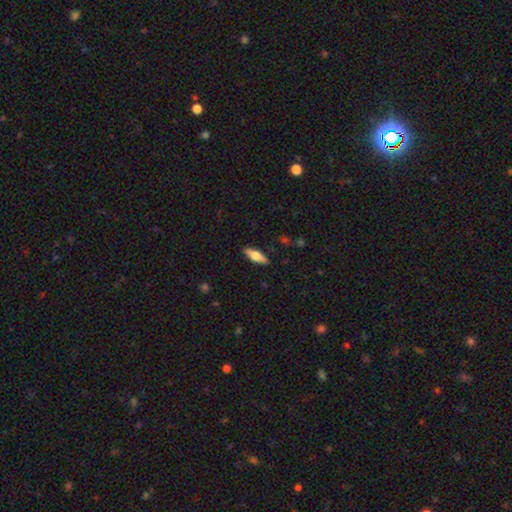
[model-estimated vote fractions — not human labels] Q: Smooth or featured?
A: smooth (59%); runner-up: featured or disk (35%)
Q: How rounded?
A: in between (56%); runner-up: cigar-shaped (42%)
Q: Merging?
A: none (89%); runner-up: minor disturbance (8%)